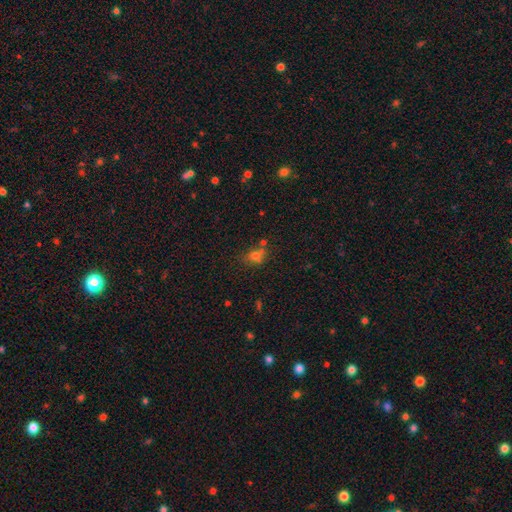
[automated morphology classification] smooth-or-featured: smooth: 70% | star or artifact: 18% | featured or disk: 12%
  how-rounded: round: 60% | in between: 38% | cigar-shaped: 2%
  merging: none: 53% | merger: 24% | minor disturbance: 16% | major disturbance: 6%